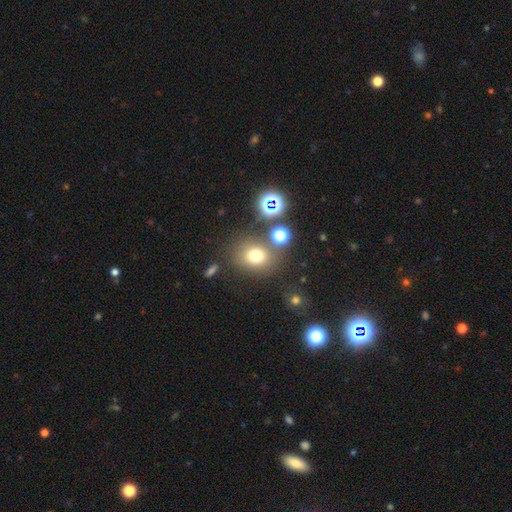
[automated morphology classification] The model was most divided on "how rounded": round: 65%, in between: 33%, cigar-shaped: 1%. More confident: merging — none (72%); smooth or featured — smooth (71%).